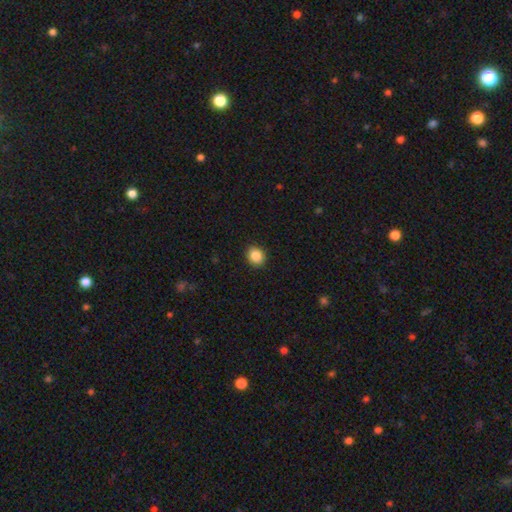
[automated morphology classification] smooth 87%, star or artifact 9%, featured or disk 4%. Down the decision tree: how rounded — round (68%); merging — none (91%).